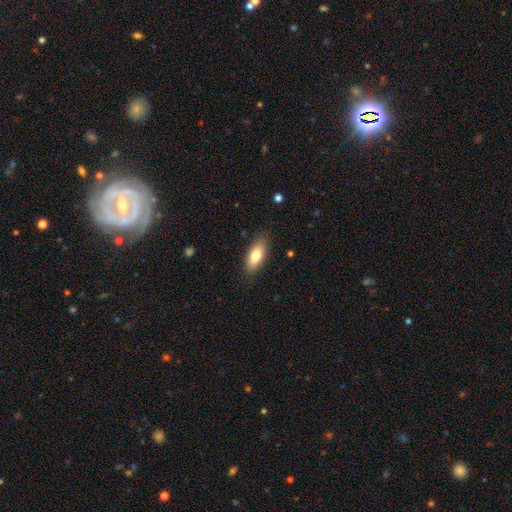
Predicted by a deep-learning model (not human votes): smooth 81%, featured or disk 13%, star or artifact 6%. Down the decision tree: how rounded — in between (83%); merging — none (84%).